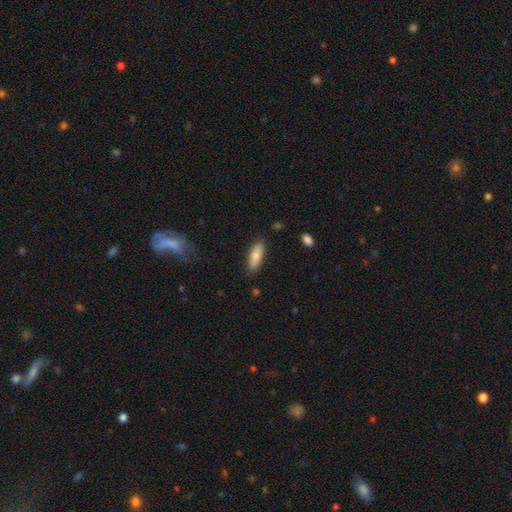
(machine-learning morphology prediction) This is likely a smooth galaxy (78%). How rounded: likely in between (62%). Merging: clearly none (85%).